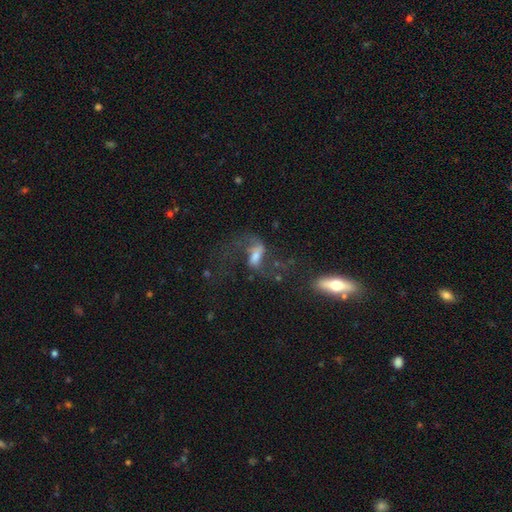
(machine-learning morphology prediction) Overall: featured or disk (63%; smooth 23%). Edge-on disk: no (94%). Bar: weak (44%; no 28%). Spiral arms: yes (79%). Bulge size: moderate (43%; small 30%). Merging: major disturbance (40%; none 36%).